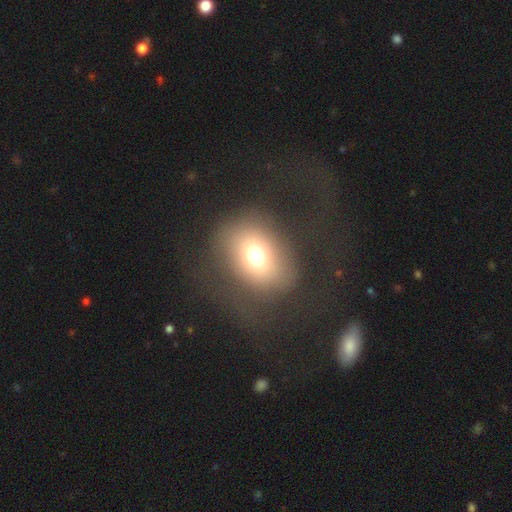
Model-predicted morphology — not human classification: Smooth or featured? smooth (70%)
How rounded? round (53%)
Merging? none (67%)